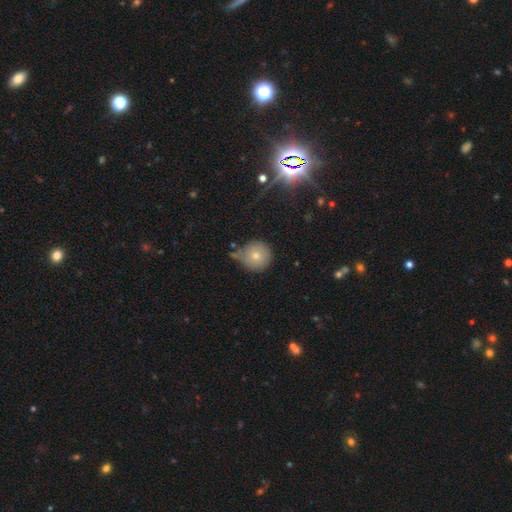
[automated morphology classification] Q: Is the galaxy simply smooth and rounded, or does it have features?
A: smooth — 75%.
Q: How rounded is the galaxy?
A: round — 93%.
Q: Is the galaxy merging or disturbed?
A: none — 61%.